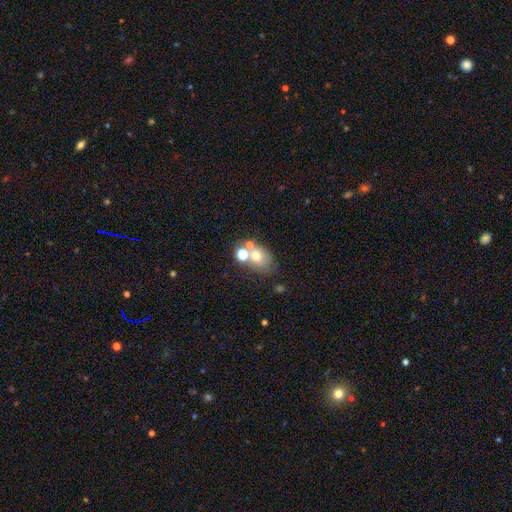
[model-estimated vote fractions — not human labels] smooth 63%, featured or disk 21%, star or artifact 16%. Down the decision tree: how rounded — in between (53%); merging — none (46%).